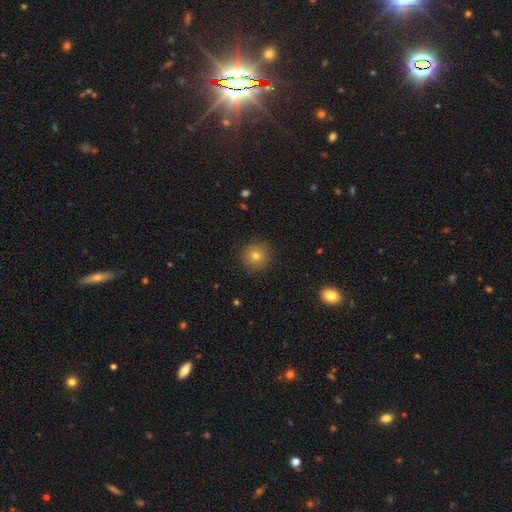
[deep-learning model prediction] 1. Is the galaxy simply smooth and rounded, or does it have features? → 76% smooth, 13% star or artifact, 11% featured or disk.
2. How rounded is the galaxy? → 95% round, 4% in between, 1% cigar-shaped.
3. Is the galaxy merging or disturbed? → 89% none, 7% minor disturbance, 2% major disturbance, 1% merger.